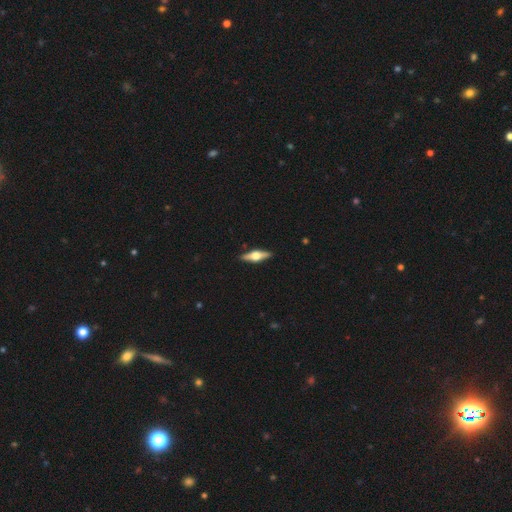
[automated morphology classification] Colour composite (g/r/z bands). It shows a featured or disk galaxy (74%) viewed edge-on (97%) with a rounded central bulge (94%). Merging: none (90%).